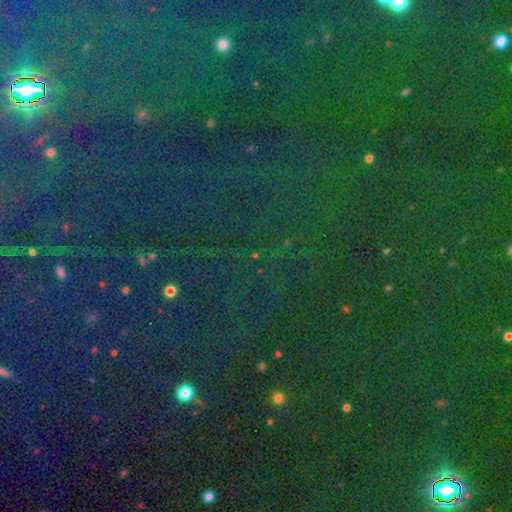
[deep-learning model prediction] Overall: star or artifact (82%).